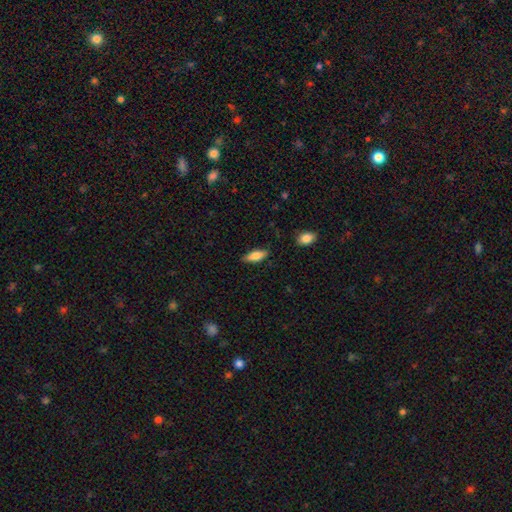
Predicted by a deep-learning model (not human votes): Morphology: type=smooth (80%); roundness=in between (69%); merging=none (83%).